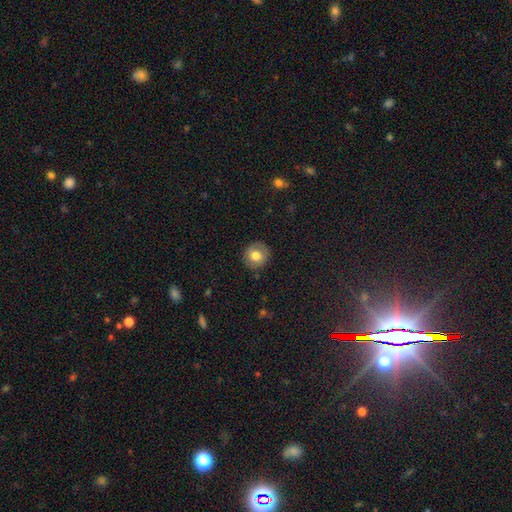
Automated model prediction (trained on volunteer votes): Q: Smooth or featured?
A: smooth (68%); runner-up: featured or disk (24%)
Q: How rounded?
A: round (88%); runner-up: in between (11%)
Q: Merging?
A: none (84%); runner-up: minor disturbance (12%)